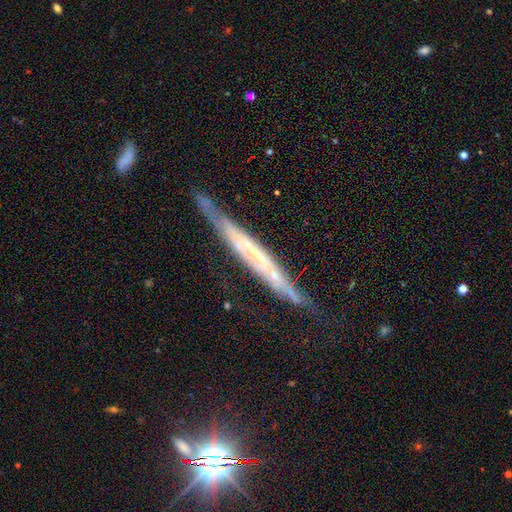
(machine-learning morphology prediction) This appears to be a featured or disk galaxy (72%) viewed edge-on (86%) with no central bulge (71%). Merging: none (68%).